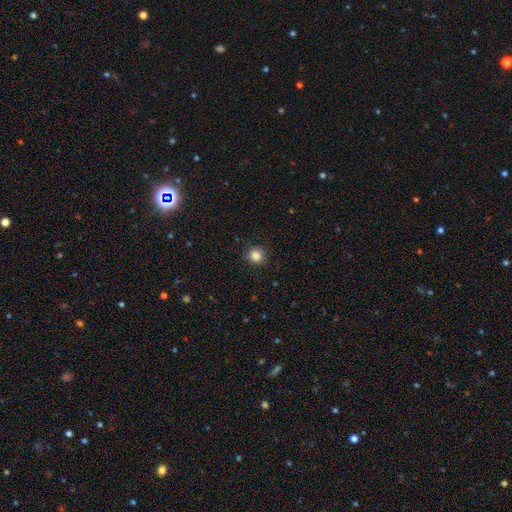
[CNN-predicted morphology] smooth 86%, star or artifact 11%, featured or disk 4%. Down the decision tree: how rounded — round (83%); merging — none (86%).